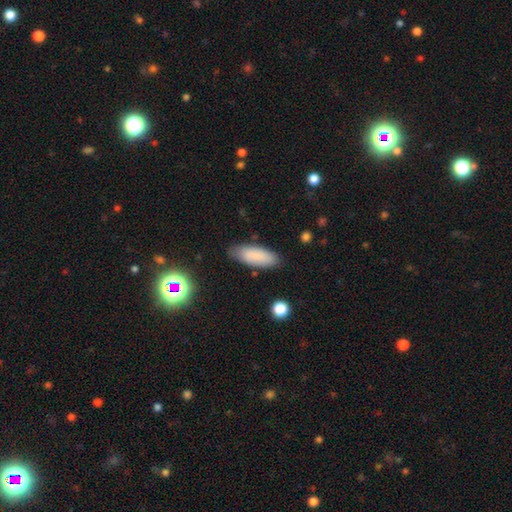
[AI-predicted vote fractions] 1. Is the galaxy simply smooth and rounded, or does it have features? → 83% smooth, 8% featured or disk, 8% star or artifact.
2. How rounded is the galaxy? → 73% in between, 25% cigar-shaped, 2% round.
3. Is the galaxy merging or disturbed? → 83% none, 13% minor disturbance, 3% major disturbance, 2% merger.